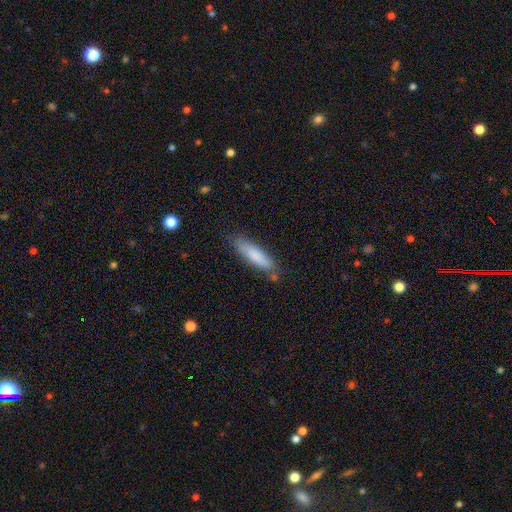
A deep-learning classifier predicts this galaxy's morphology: smooth-or-featured: smooth: 82% | featured or disk: 12% | star or artifact: 6%
  how-rounded: cigar-shaped: 71% | in between: 28% | round: 1%
  merging: none: 77% | minor disturbance: 16% | merger: 4% | major disturbance: 3%